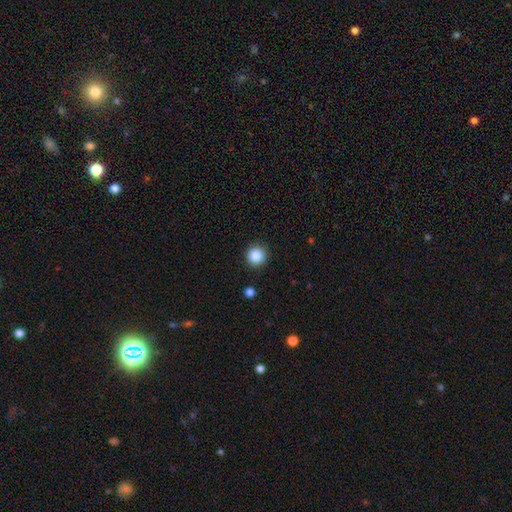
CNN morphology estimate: Smooth or featured? smooth (86%)
How rounded? round (95%)
Merging? none (92%)